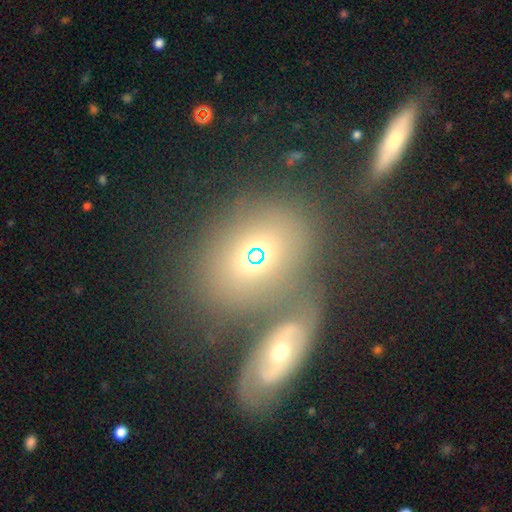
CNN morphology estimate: smooth 53%, featured or disk 31%, star or artifact 16%. Down the decision tree: how rounded — in between (56%); merging — none (43%).